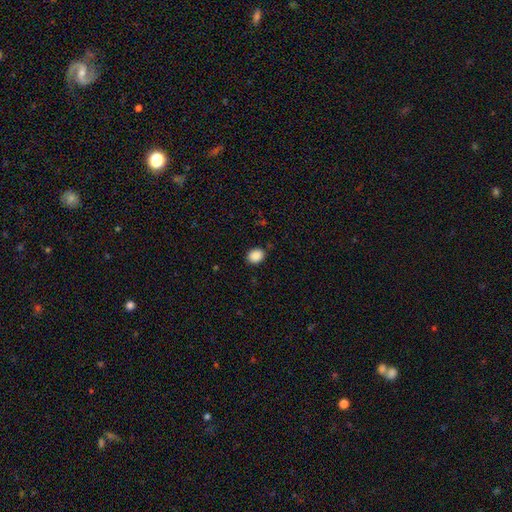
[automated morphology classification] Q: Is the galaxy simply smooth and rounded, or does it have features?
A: smooth — 89%.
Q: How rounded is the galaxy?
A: round — 50%.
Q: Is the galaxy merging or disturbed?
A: none — 87%.